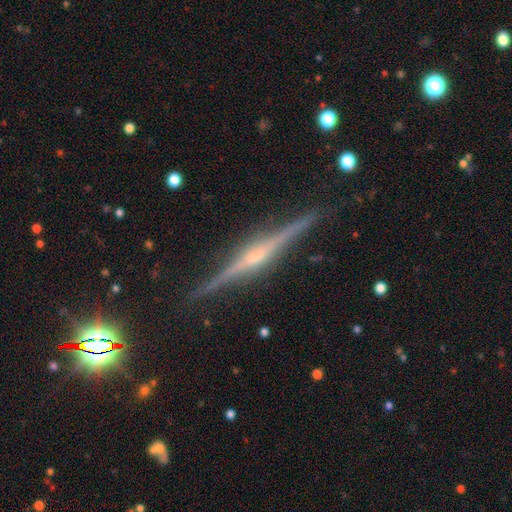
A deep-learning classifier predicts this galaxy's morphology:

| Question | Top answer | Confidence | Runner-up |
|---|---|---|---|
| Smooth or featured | featured or disk | 86% | smooth (7%) |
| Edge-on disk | yes | 98% | no (2%) |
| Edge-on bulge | rounded | 73% | boxy (15%) |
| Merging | none | 91% | minor disturbance (7%) |